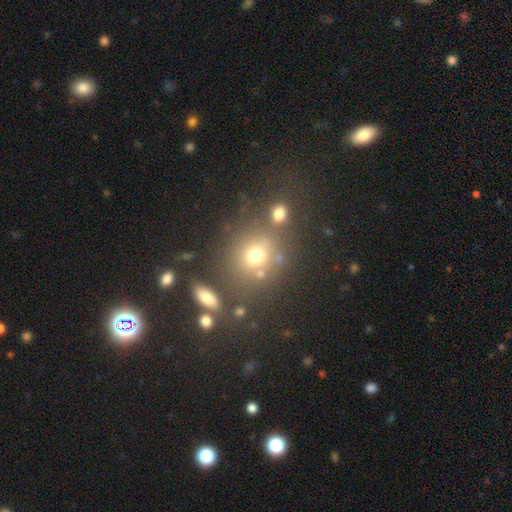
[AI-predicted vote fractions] Smooth or featured?
  - smooth: 68% *
  - star or artifact: 19%
  - featured or disk: 13%
How rounded?
  - round: 79% *
  - in between: 19%
  - cigar-shaped: 1%
Merging?
  - none: 67% *
  - merger: 15%
  - minor disturbance: 12%
  - major disturbance: 6%